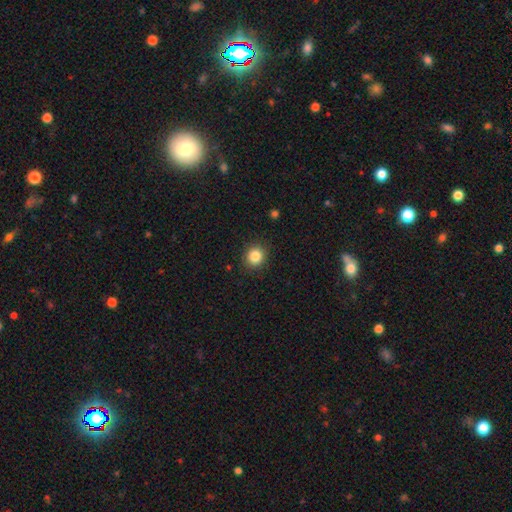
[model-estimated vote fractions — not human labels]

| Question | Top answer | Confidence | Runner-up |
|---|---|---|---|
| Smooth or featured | smooth | 85% | star or artifact (10%) |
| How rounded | round | 84% | in between (15%) |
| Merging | none | 90% | minor disturbance (7%) |